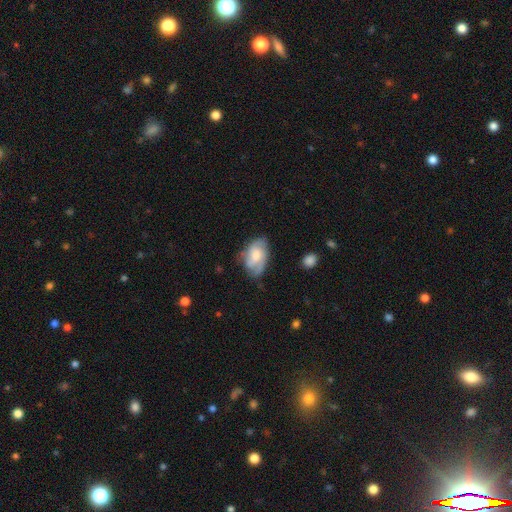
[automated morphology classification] Smooth or featured? Predicted: featured or disk (p=0.51). Edge-on disk? Predicted: no (p=0.95). Merging? Predicted: none (p=0.55).